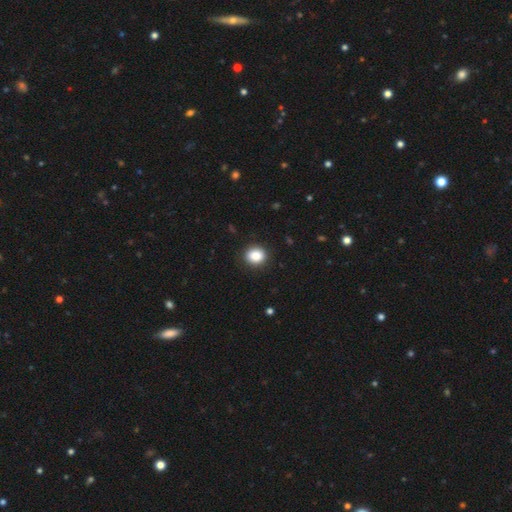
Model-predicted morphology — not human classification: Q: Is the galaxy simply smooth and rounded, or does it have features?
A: smooth — 86%.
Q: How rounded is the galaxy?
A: round — 71%.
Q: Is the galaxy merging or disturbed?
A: none — 90%.